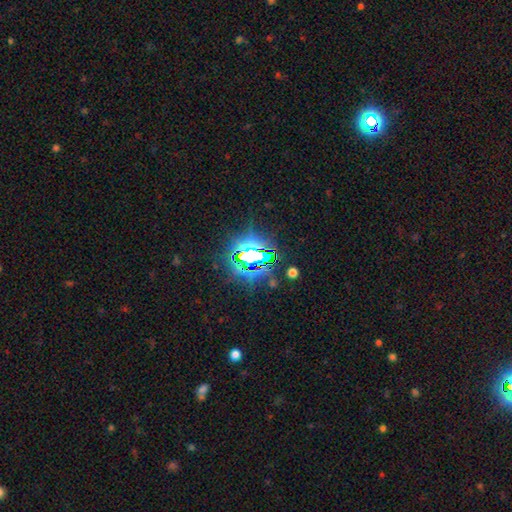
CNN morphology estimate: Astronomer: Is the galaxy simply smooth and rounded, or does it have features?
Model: star or artifact — 78%.